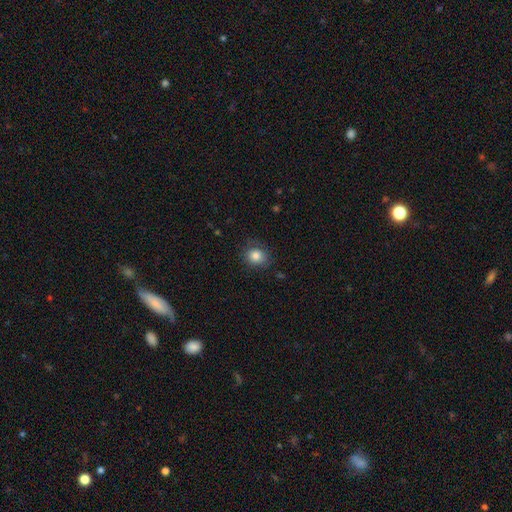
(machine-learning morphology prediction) smooth 83%, star or artifact 10%, featured or disk 7%. Down the decision tree: how rounded — round (76%); merging — none (80%).